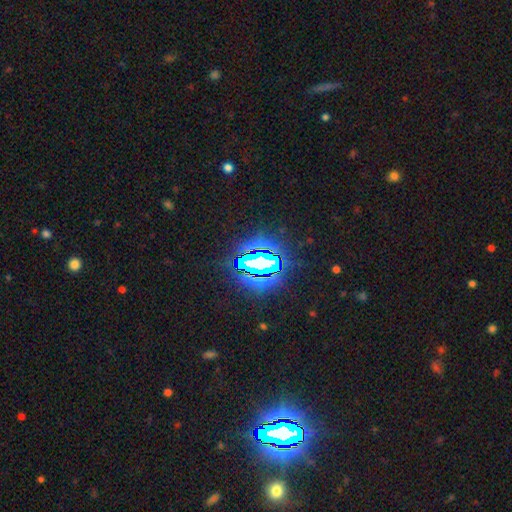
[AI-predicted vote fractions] star or artifact 84%, smooth 9%, featured or disk 7%.